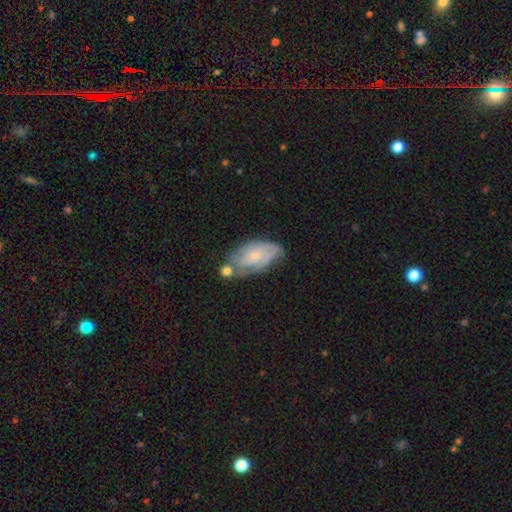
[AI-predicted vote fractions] The model was most divided on "merging": none: 50%, minor disturbance: 25%, merger: 15%, major disturbance: 10%. More confident: edge-on disk — no (94%); spiral arms — yes (84%); bar — no (68%); smooth or featured — featured or disk (61%); bulge size — small (55%).